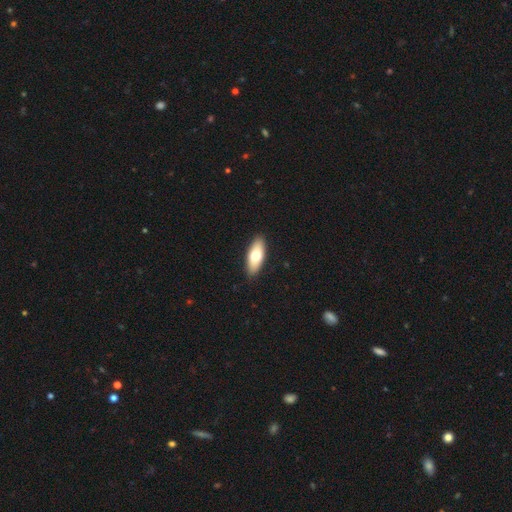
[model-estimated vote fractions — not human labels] smooth-or-featured: smooth: 69% | featured or disk: 25% | star or artifact: 5%
  how-rounded: in between: 78% | cigar-shaped: 19% | round: 3%
  merging: none: 90% | minor disturbance: 7% | major disturbance: 2% | merger: 1%